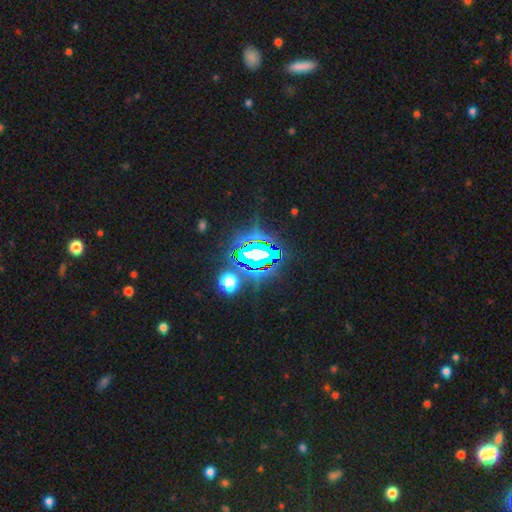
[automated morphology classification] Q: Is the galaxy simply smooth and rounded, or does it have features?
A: star or artifact — 76%.